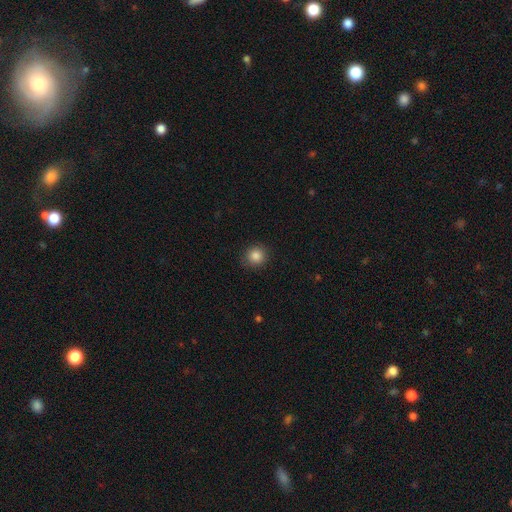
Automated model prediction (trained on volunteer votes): This appears to be a smooth galaxy with no disk features (86%) that is round (90%). Merging: none (88%).